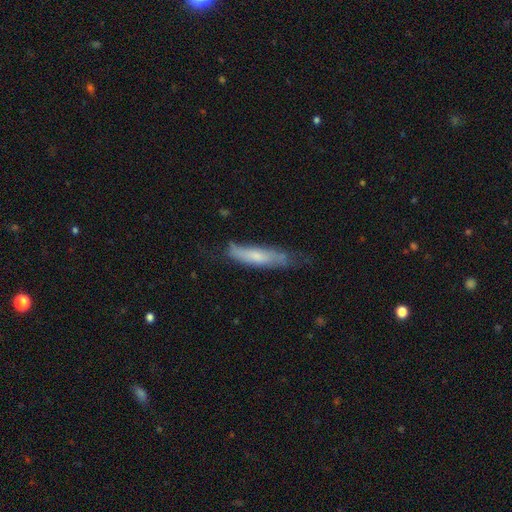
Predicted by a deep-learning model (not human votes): Smooth or featured?
  - smooth: 59% *
  - featured or disk: 35%
  - star or artifact: 7%
How rounded?
  - cigar-shaped: 78% *
  - in between: 21%
  - round: 2%
Merging?
  - none: 49% *
  - minor disturbance: 34%
  - major disturbance: 14%
  - merger: 3%